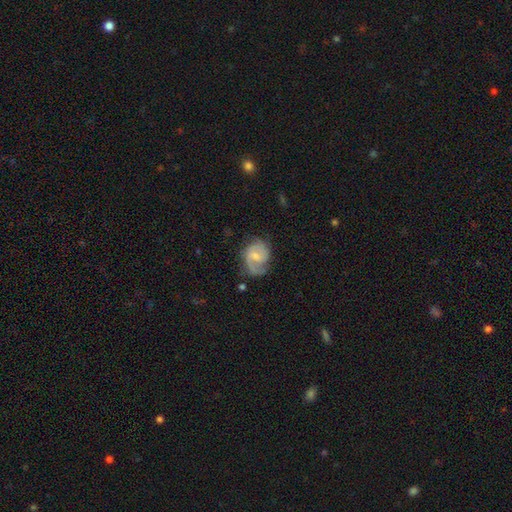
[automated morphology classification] smooth-or-featured: featured or disk: 75% | smooth: 19% | star or artifact: 6%
  disk-edge-on: no: 98% | yes: 2%
    bar: weak: 54% | no: 34% | strong: 12%
    has-spiral-arms: yes: 93% | no: 7%
      spiral-winding: medium: 49% | tight: 28% | loose: 23%
      spiral-arm-count: 2: 70% | 1: 13% | can't tell: 10% | 3: 4% | 4: 1% | more than 4: 1%
    bulge-size: small: 49% | moderate: 36% | none: 11% | large: 3% | dominant: 1%
  merging: none: 60% | minor disturbance: 23% | major disturbance: 14% | merger: 2%